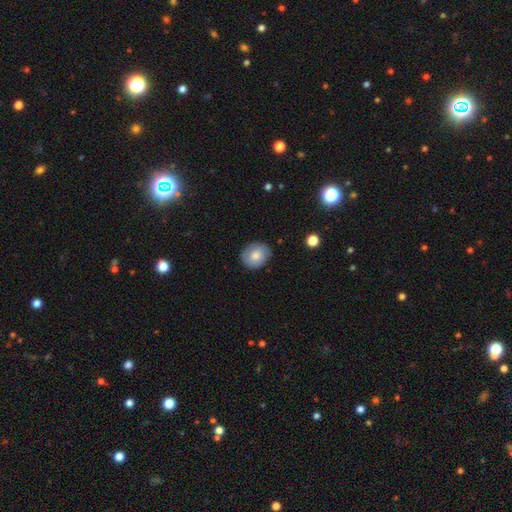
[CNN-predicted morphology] Smooth or featured?
  - smooth: 63% *
  - featured or disk: 30%
  - star or artifact: 7%
How rounded?
  - round: 66% *
  - in between: 33%
  - cigar-shaped: 1%
Merging?
  - none: 81% *
  - minor disturbance: 15%
  - major disturbance: 3%
  - merger: 1%